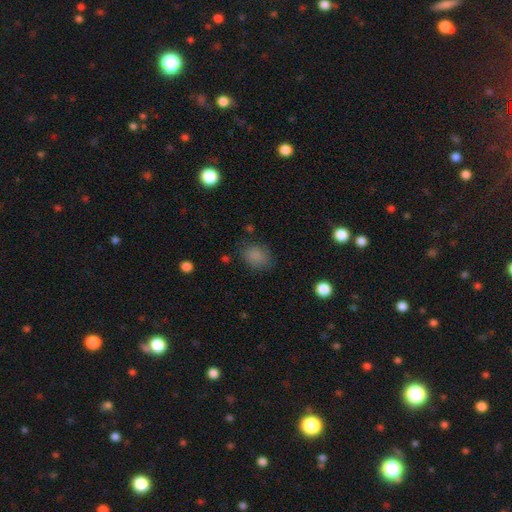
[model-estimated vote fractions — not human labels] The model was most divided on "how rounded": in between: 59%, round: 40%, cigar-shaped: 1%. More confident: smooth or featured — smooth (83%); merging — none (76%).